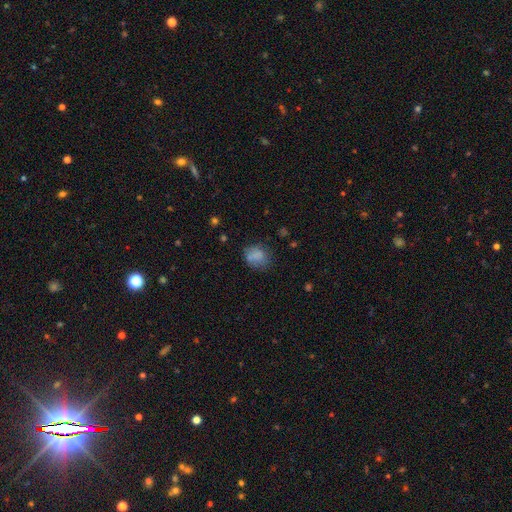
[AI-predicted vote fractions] Overall: smooth (76%). How rounded: round (58%; in between 41%). Merging: none (60%; minor disturbance 24%).